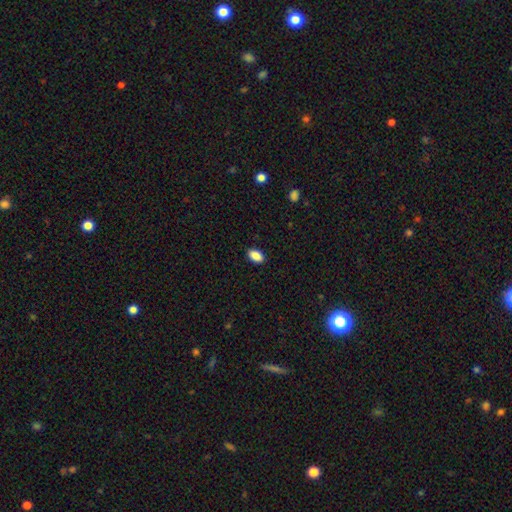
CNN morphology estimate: This appears to be a smooth galaxy with no disk features (89%) that is in between round and cigar-shaped (92%). Merging: none (89%).